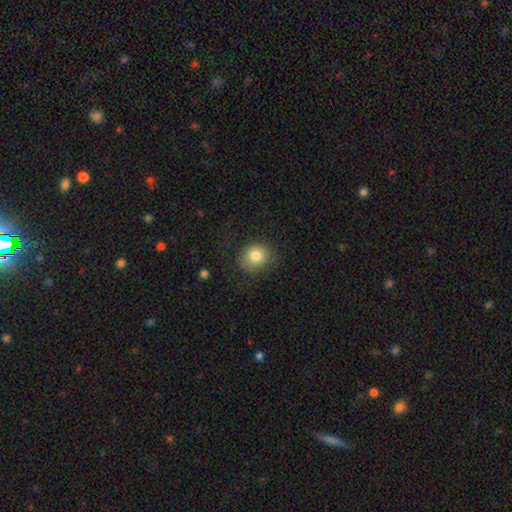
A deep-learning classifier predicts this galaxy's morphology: smooth 81%, star or artifact 10%, featured or disk 9%. Down the decision tree: how rounded — round (69%); merging — none (76%).